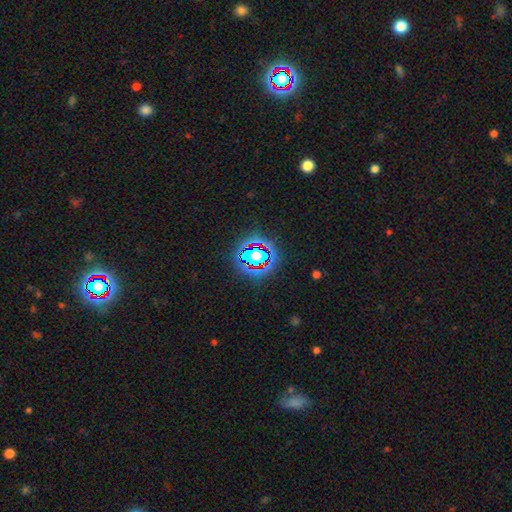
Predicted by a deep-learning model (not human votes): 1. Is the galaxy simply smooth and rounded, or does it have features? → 59% star or artifact, 28% smooth, 13% featured or disk.